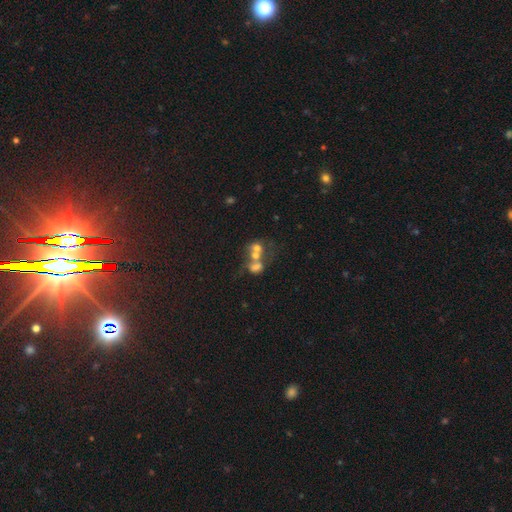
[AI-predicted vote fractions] A smooth galaxy with no disk features (55%) that is round (53%).

Vote fractions:
- Smooth or featured? smooth: 55% / featured or disk: 29% / star or artifact: 16%
- How rounded? round: 53% / in between: 45% / cigar-shaped: 1%
- Merging? merger: 65% / none: 20% / major disturbance: 8% / minor disturbance: 7%